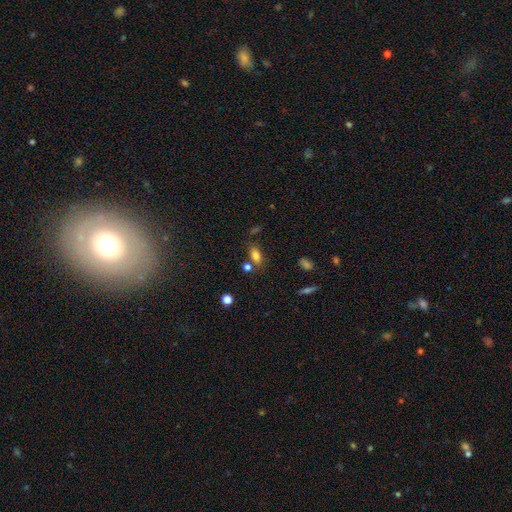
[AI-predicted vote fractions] smooth_or_featured: smooth (p=0.79) [alt: star or artifact p=0.12]
how_rounded: in between (p=0.85) [alt: round p=0.09]
merging: none (p=0.67) [alt: minor disturbance p=0.14]